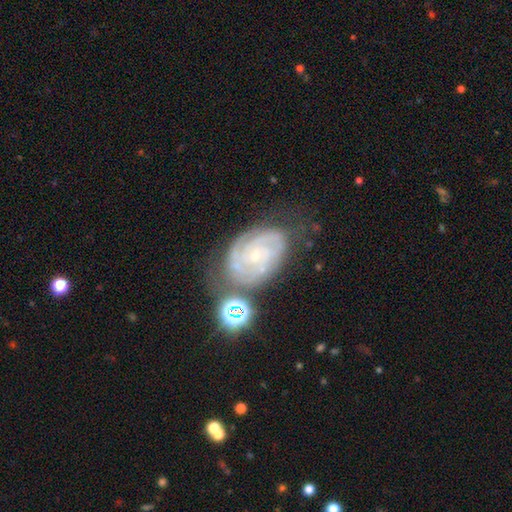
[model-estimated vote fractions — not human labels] A featured or disk galaxy (84%) with no bar (70%), 3 (31%) tight (73%) spiral arms (97%) and a small central bulge (78%). Merging: none (61%).